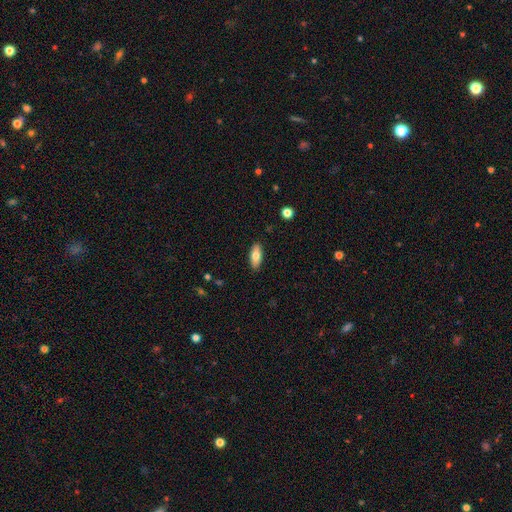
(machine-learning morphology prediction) smooth-or-featured: smooth: 75% | featured or disk: 19% | star or artifact: 6%
  how-rounded: in between: 79% | cigar-shaped: 19% | round: 2%
  merging: none: 89% | minor disturbance: 9% | major disturbance: 2% | merger: 1%